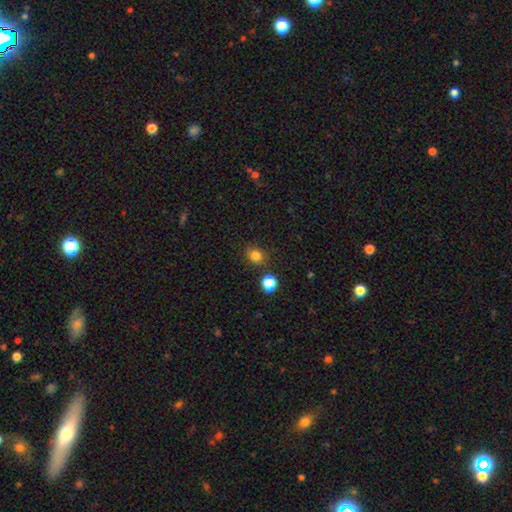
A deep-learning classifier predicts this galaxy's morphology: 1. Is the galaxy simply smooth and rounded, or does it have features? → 82% smooth, 13% star or artifact, 5% featured or disk.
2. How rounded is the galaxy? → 70% round, 29% in between, 1% cigar-shaped.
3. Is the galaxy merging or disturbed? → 83% none, 10% minor disturbance, 5% merger, 3% major disturbance.